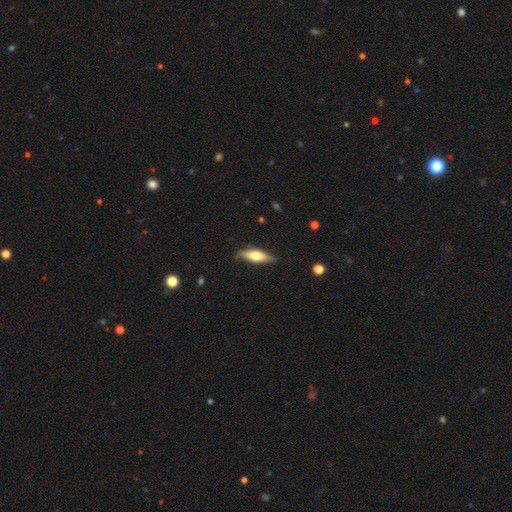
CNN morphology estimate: Q: Smooth or featured?
A: smooth (53%); runner-up: featured or disk (41%)
Q: How rounded?
A: cigar-shaped (50%); runner-up: in between (48%)
Q: Merging?
A: none (80%); runner-up: minor disturbance (16%)